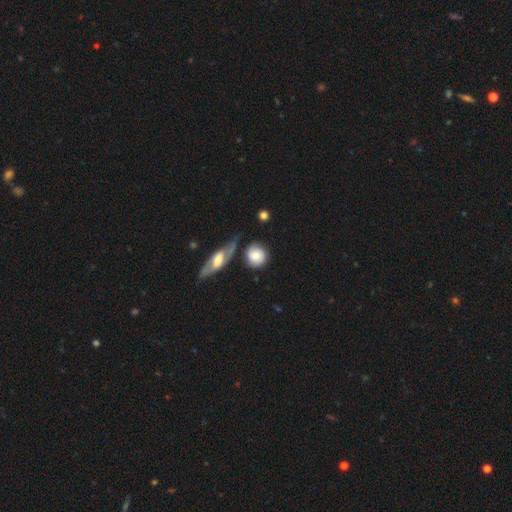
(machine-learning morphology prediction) smooth-or-featured: smooth: 68% | featured or disk: 25% | star or artifact: 6%
  how-rounded: round: 81% | in between: 16% | cigar-shaped: 3%
  merging: none: 59% | minor disturbance: 20% | merger: 14% | major disturbance: 8%